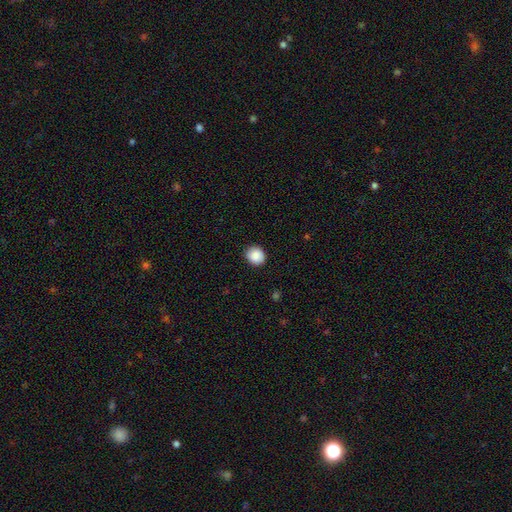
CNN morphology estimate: Q: Smooth or featured?
A: smooth (88%); runner-up: star or artifact (8%)
Q: How rounded?
A: round (81%); runner-up: in between (18%)
Q: Merging?
A: none (90%); runner-up: minor disturbance (8%)